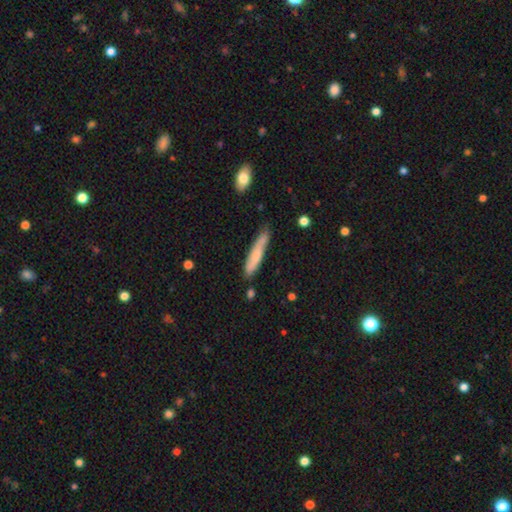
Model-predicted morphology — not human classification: smooth 67%, featured or disk 28%, star or artifact 6%. Down the decision tree: how rounded — cigar-shaped (89%); merging — none (73%).